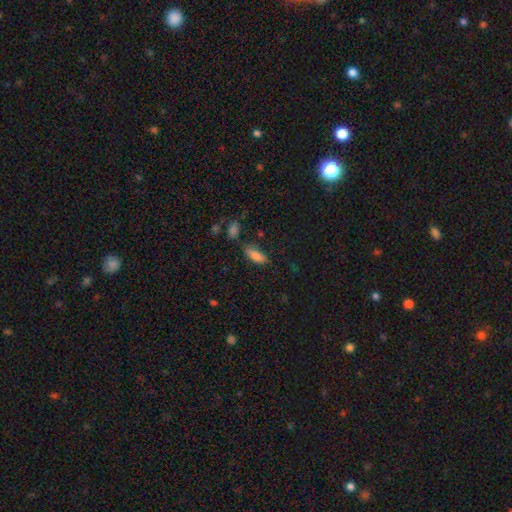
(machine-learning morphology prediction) Smooth or featured: smooth — 83% (star or artifact — 9%)
How rounded: in between — 72% (cigar-shaped — 26%)
Merging: none — 72% (minor disturbance — 18%)